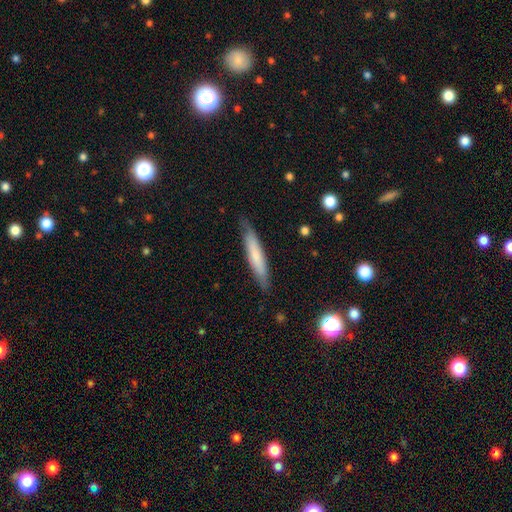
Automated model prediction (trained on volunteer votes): Overall: smooth (66%; featured or disk 28%). How rounded: cigar-shaped (90%). Merging: none (82%).